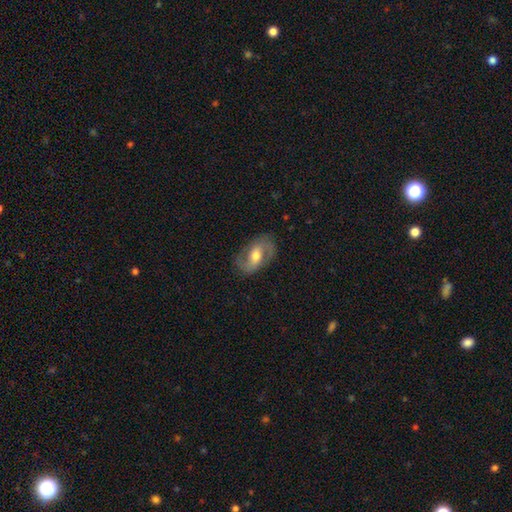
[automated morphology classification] smooth_or_featured: featured or disk (p=0.76) [alt: smooth p=0.19]
disk_edge_on: no (p=0.96) [alt: yes p=0.04]
bar: weak (p=0.45) [alt: no p=0.31]
has_spiral_arms: yes (p=0.89) [alt: no p=0.11]
spiral_winding: medium (p=0.49) [alt: loose p=0.32]
spiral_arm_count: 2 (p=0.90) [alt: can't tell p=0.05]
bulge_size: moderate (p=0.70) [alt: small p=0.17]
merging: none (p=0.80) [alt: minor disturbance p=0.13]